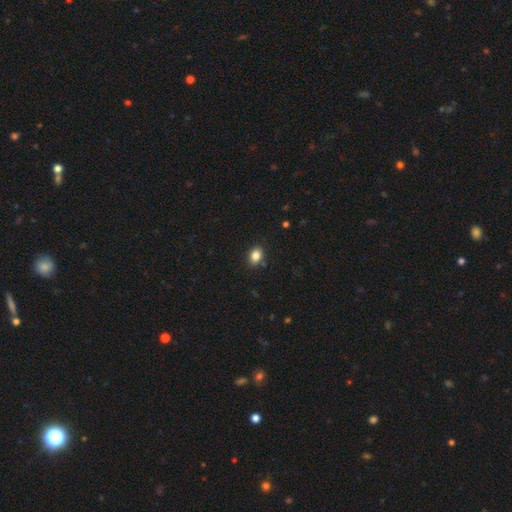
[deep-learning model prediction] smooth-or-featured: smooth: 84% | star or artifact: 10% | featured or disk: 6%
  how-rounded: in between: 66% | round: 33% | cigar-shaped: 1%
  merging: none: 86% | minor disturbance: 9% | merger: 2% | major disturbance: 2%